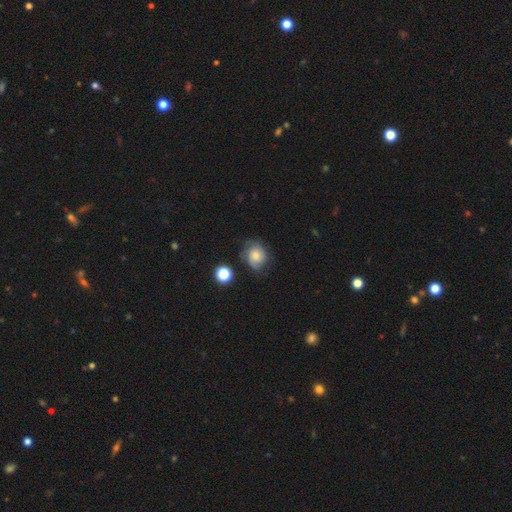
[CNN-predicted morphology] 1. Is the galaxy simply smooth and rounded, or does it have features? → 51% smooth, 38% featured or disk, 11% star or artifact.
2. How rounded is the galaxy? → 69% round, 30% in between, 1% cigar-shaped.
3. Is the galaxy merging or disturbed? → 60% none, 26% minor disturbance, 10% major disturbance, 3% merger.